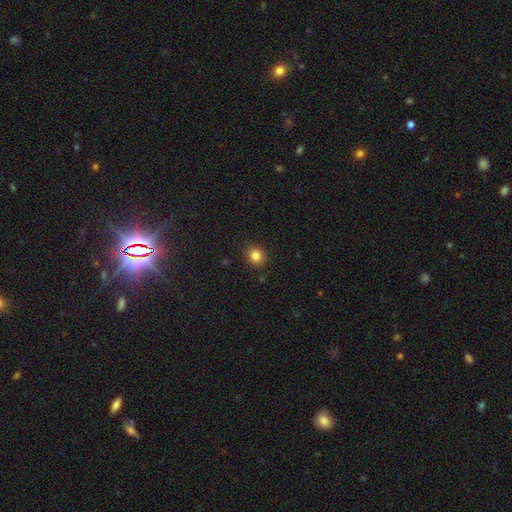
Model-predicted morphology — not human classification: A smooth galaxy with no disk features (84%) that is round (75%). Merging: none (89%).